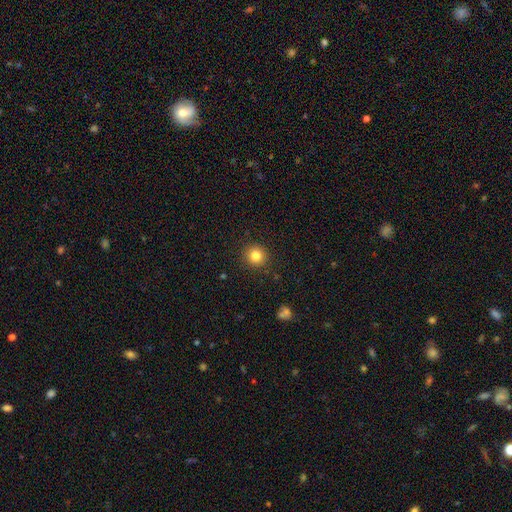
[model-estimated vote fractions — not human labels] Smooth or featured? Predicted: smooth (p=0.82). How rounded? Predicted: round (p=0.92). Merging? Predicted: none (p=0.91).